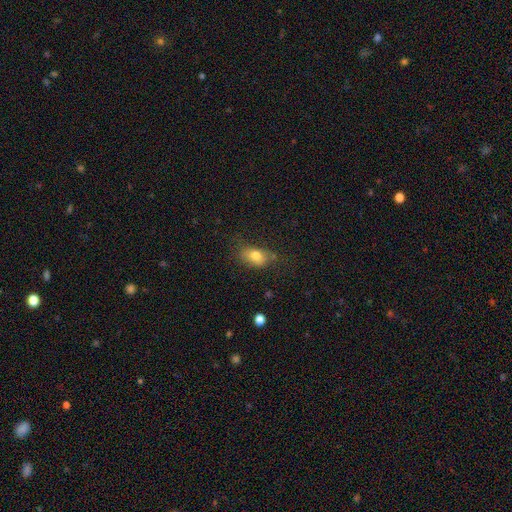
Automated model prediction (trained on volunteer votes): This appears to be a smooth galaxy with no disk features (77%) that is in between round and cigar-shaped (82%). Merging: none (63%).